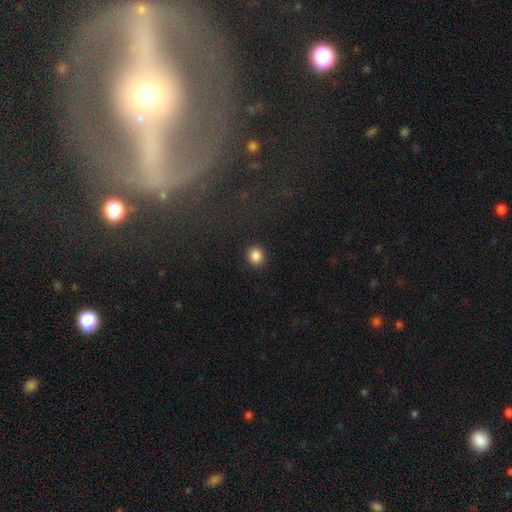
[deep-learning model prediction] Smooth or featured? smooth (87%)
How rounded? round (76%)
Merging? none (91%)